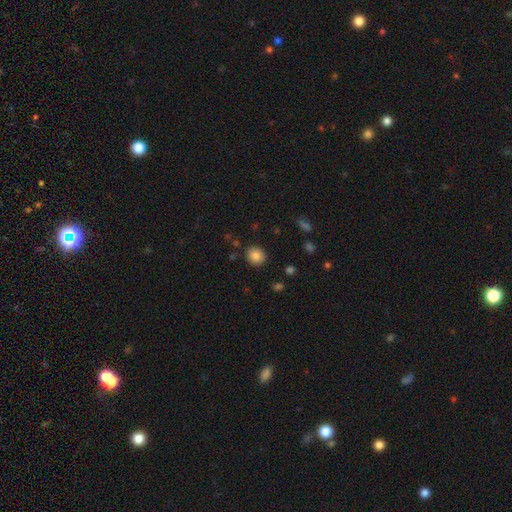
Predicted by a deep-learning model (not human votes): smooth_or_featured: smooth (p=0.84) [alt: star or artifact p=0.09]
how_rounded: round (p=0.82) [alt: in between p=0.17]
merging: none (p=0.88) [alt: minor disturbance p=0.08]